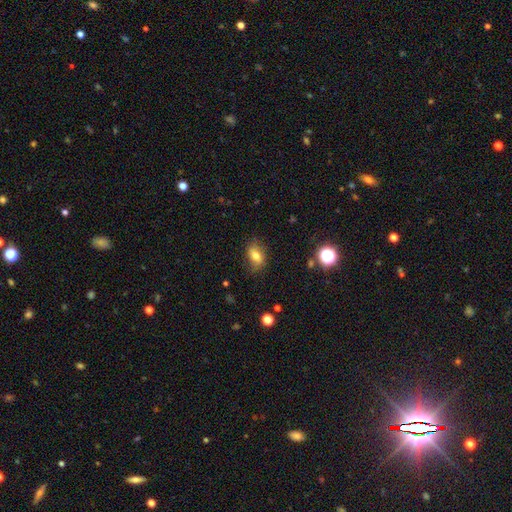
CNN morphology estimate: smooth 73%, featured or disk 16%, star or artifact 11%. Down the decision tree: how rounded — in between (80%); merging — none (79%).